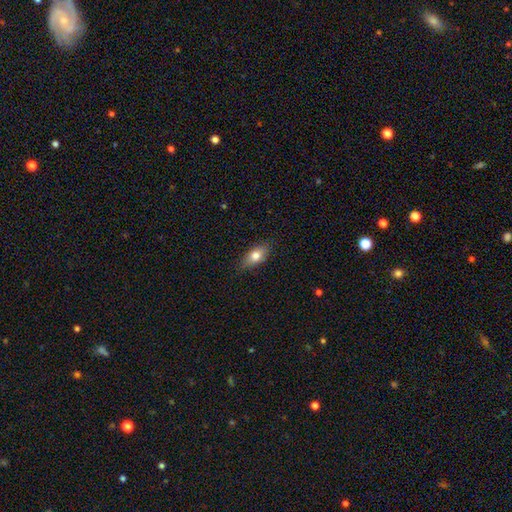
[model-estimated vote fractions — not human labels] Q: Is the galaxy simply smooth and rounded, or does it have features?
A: smooth — 76%.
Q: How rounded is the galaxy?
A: in between — 83%.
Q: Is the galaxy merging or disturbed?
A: none — 83%.